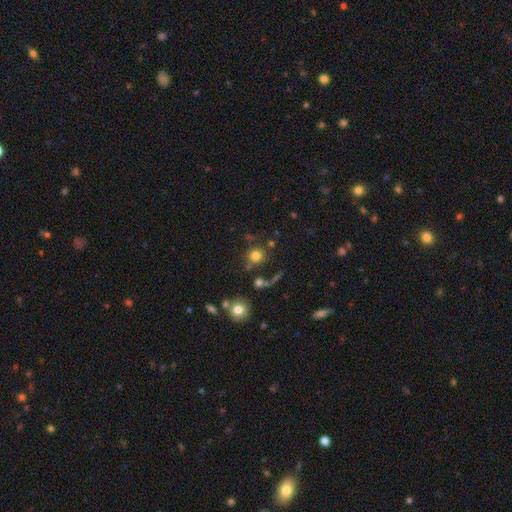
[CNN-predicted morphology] Overall: smooth (77%). How rounded: round (90%). Merging: none (74%).